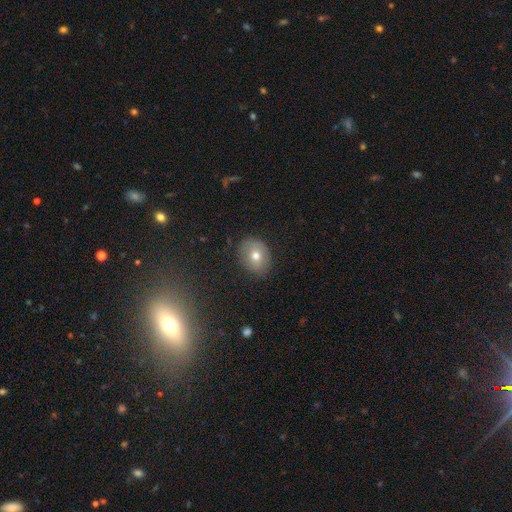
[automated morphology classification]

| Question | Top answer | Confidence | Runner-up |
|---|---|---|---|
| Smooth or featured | smooth | 69% | featured or disk (20%) |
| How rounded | in between | 50% | round (49%) |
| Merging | none | 82% | minor disturbance (13%) |